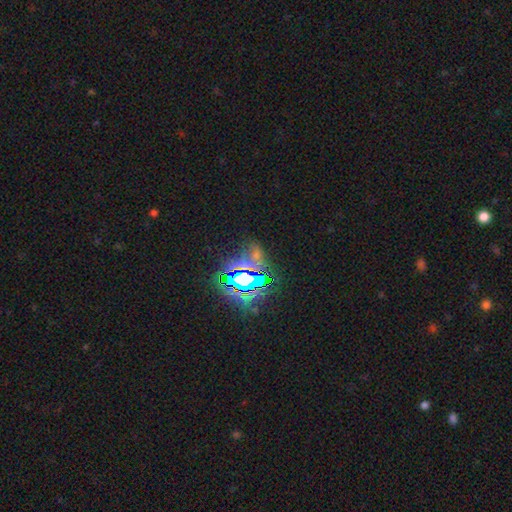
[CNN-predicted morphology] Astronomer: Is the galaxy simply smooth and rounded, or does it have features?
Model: star or artifact — 74%.